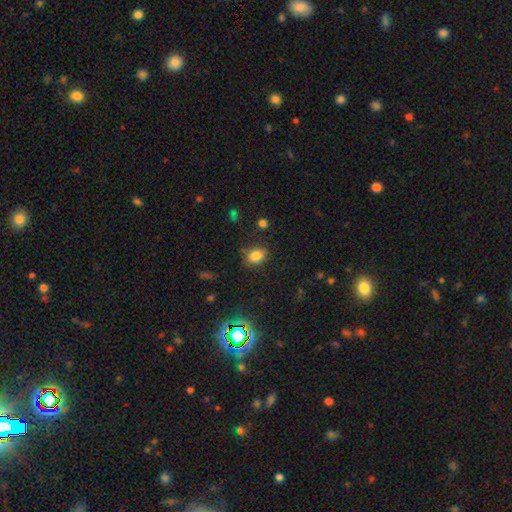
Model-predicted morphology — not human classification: Smooth or featured: smooth — 80% (star or artifact — 13%)
How rounded: in between — 59% (round — 40%)
Merging: none — 69% (minor disturbance — 22%)